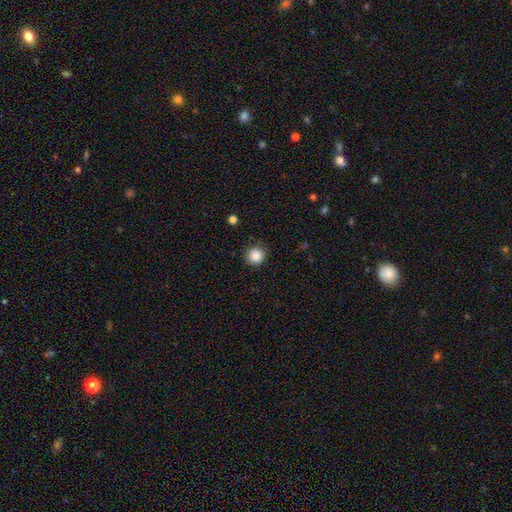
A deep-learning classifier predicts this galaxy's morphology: This appears to be a smooth galaxy with no disk features (87%) that is round (93%). Merging: none (88%).